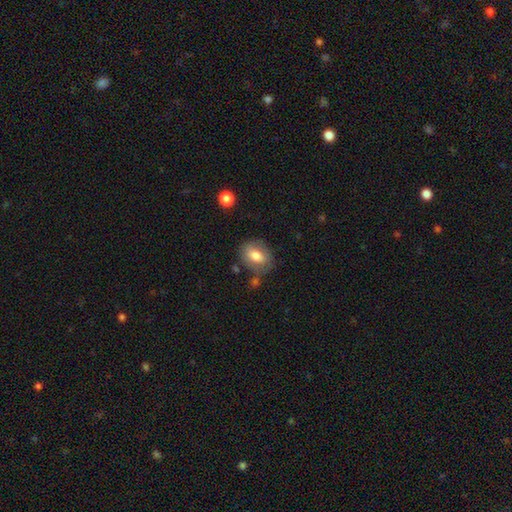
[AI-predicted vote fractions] The model was most divided on "how rounded": in between: 67%, round: 31%, cigar-shaped: 2%. More confident: smooth or featured — smooth (73%); merging — none (71%).